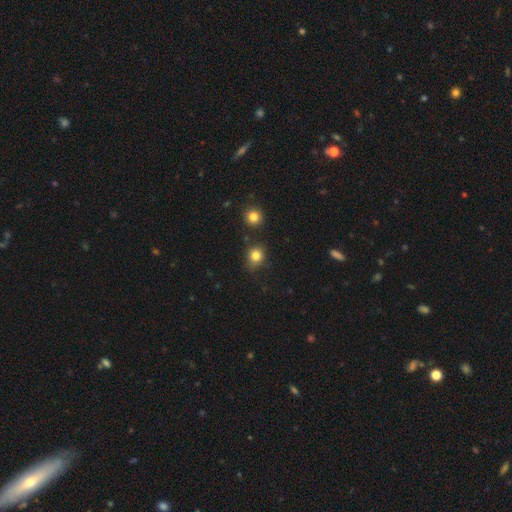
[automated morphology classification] Smooth or featured: smooth — 82% (star or artifact — 13%)
How rounded: round — 82% (in between — 17%)
Merging: none — 79% (minor disturbance — 13%)